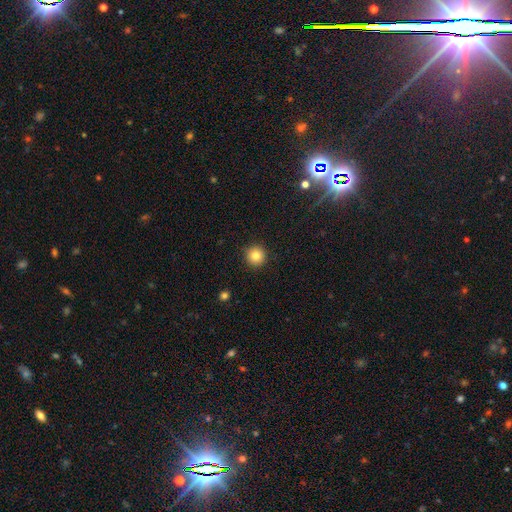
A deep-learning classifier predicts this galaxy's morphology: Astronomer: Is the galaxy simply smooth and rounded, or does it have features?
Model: smooth — 83%.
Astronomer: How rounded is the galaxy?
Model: round — 95%.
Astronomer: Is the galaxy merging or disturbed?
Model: none — 92%.